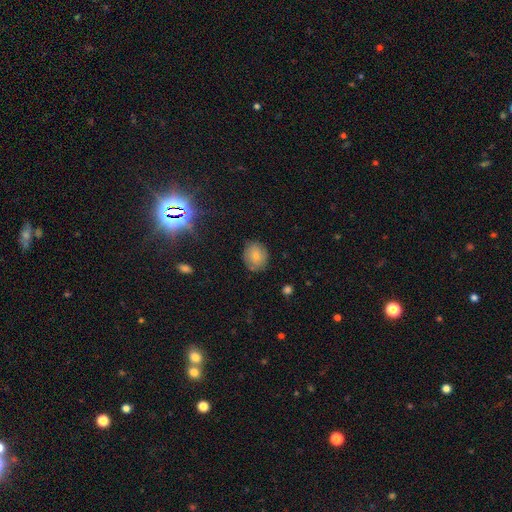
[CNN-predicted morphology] smooth_or_featured: smooth (p=0.74) [alt: featured or disk p=0.15]
how_rounded: round (p=0.66) [alt: in between p=0.33]
merging: none (p=0.81) [alt: minor disturbance p=0.14]